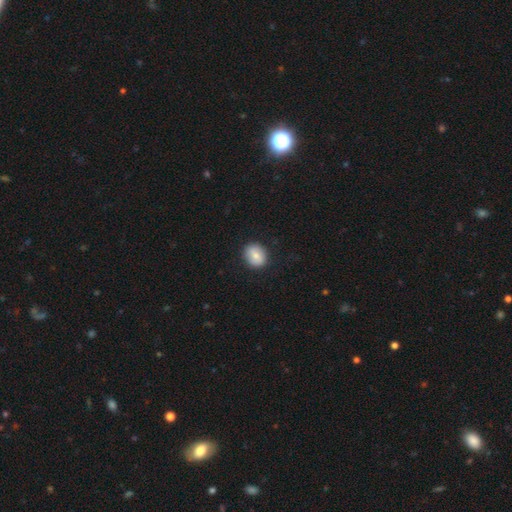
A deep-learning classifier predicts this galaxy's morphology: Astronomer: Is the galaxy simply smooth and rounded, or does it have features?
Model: smooth — 79%.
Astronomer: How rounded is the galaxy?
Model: round — 66%.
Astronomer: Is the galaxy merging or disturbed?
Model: none — 86%.